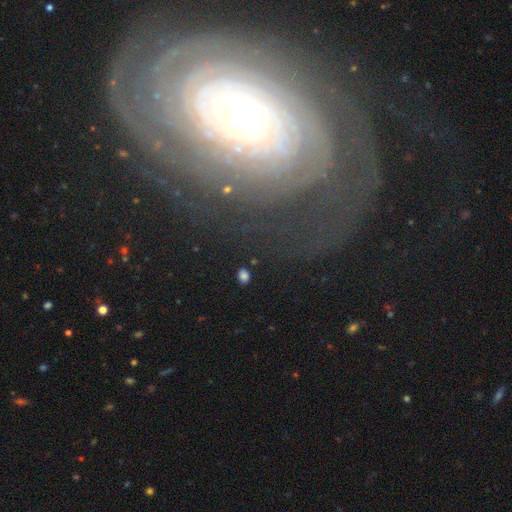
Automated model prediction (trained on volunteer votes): A featured or disk galaxy (85%) with no bar (77%), tight (83%) spiral arms (94%) and a moderate central bulge (48%). Merging: none (75%).